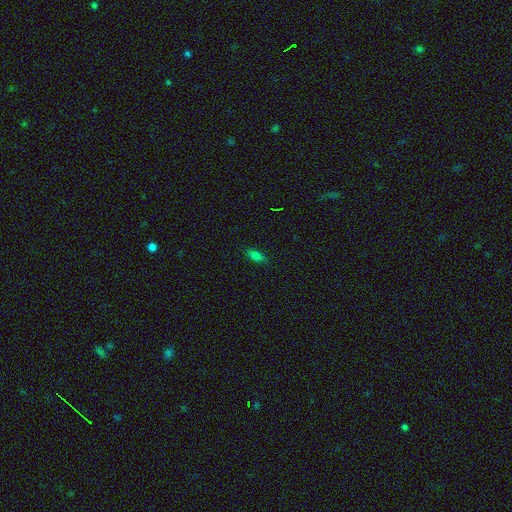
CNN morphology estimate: The model was most divided on "smooth or featured": smooth: 76%, star or artifact: 15%, featured or disk: 9%. More confident: merging — none (84%); how rounded — in between (80%).